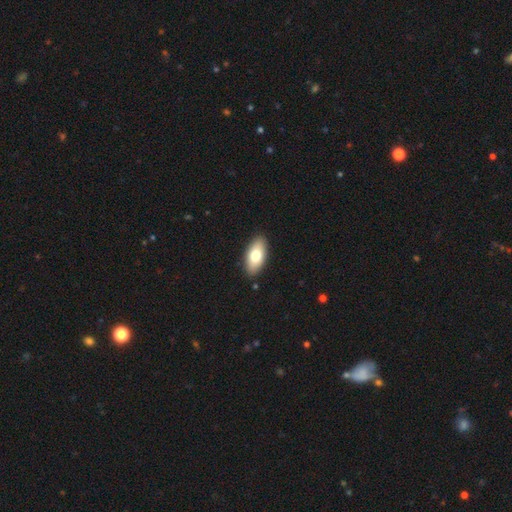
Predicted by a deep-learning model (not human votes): Morphology: type=smooth (73%); roundness=in between (91%); merging=none (89%).